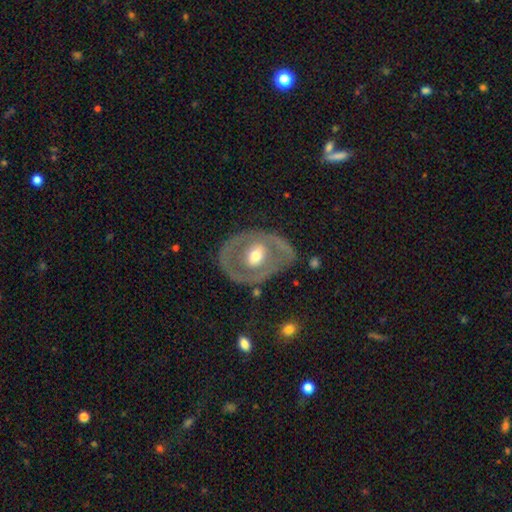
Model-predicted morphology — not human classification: Smooth or featured: featured or disk — 66% (smooth — 29%)
Edge-on disk: no — 93% (yes — 7%)
Bar: no — 58% (weak — 28%)
Spiral arms: no — 76% (yes — 24%)
Bulge size: moderate — 72% (small — 15%)
Merging: none — 70% (minor disturbance — 17%)